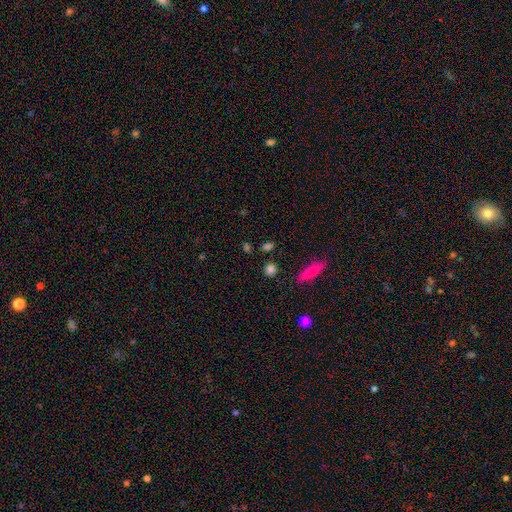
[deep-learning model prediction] smooth 60%, star or artifact 27%, featured or disk 13%. Down the decision tree: how rounded — round (54%); merging — none (83%).